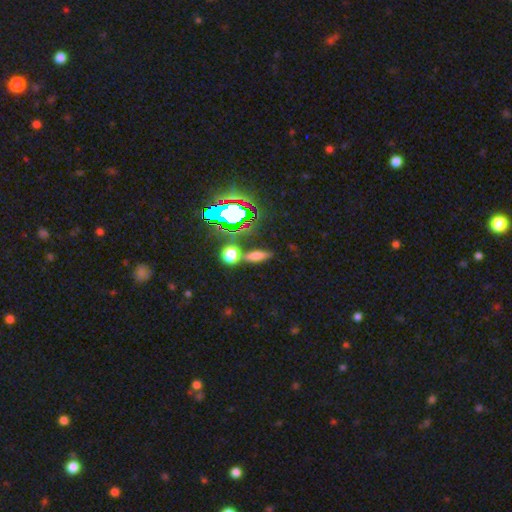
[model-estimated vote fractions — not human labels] Smooth or featured? smooth (54%)
How rounded? cigar-shaped (45%)
Merging? none (75%)